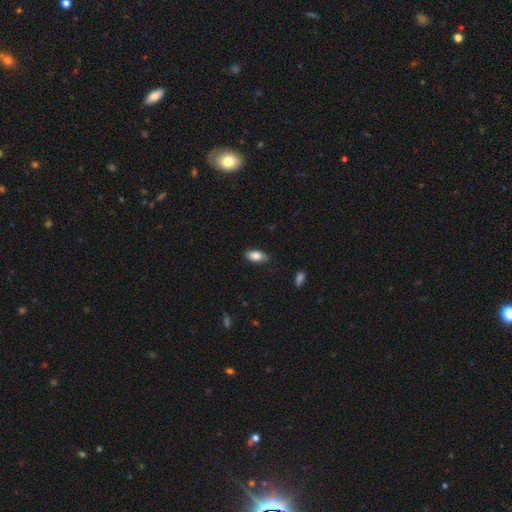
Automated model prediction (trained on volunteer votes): Overall: smooth (81%). How rounded: in between (92%). Merging: none (79%).